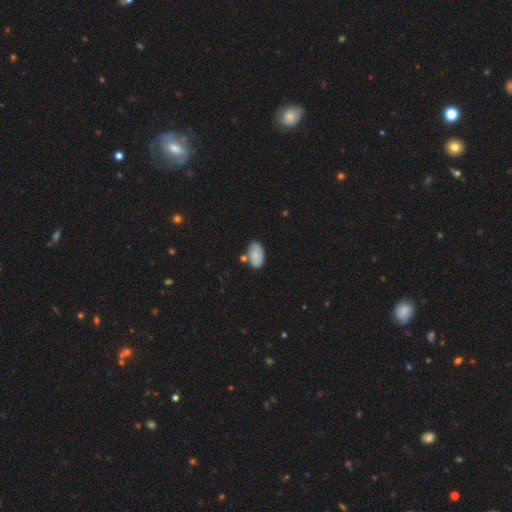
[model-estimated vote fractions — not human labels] Overall: smooth (80%). How rounded: in between (94%). Merging: none (64%).